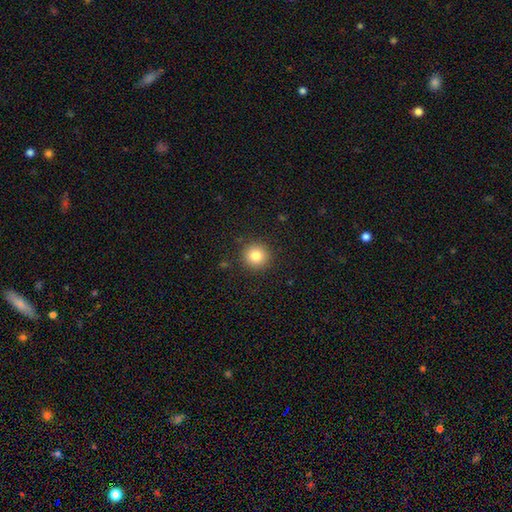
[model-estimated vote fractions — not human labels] Q: Smooth or featured?
A: smooth (83%); runner-up: star or artifact (11%)
Q: How rounded?
A: round (95%); runner-up: in between (4%)
Q: Merging?
A: none (90%); runner-up: minor disturbance (6%)